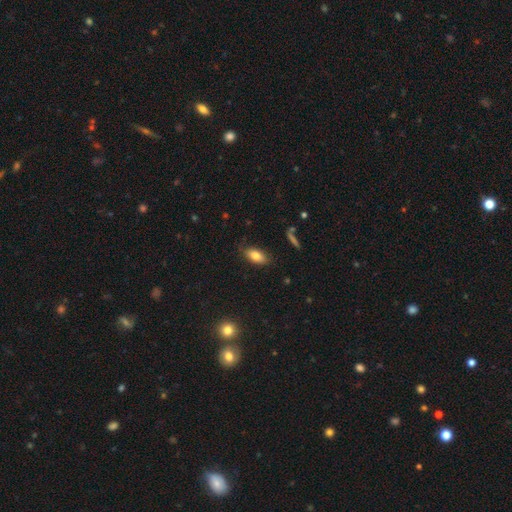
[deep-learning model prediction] smooth 80%, featured or disk 12%, star or artifact 8%. Down the decision tree: how rounded — in between (88%); merging — none (81%).